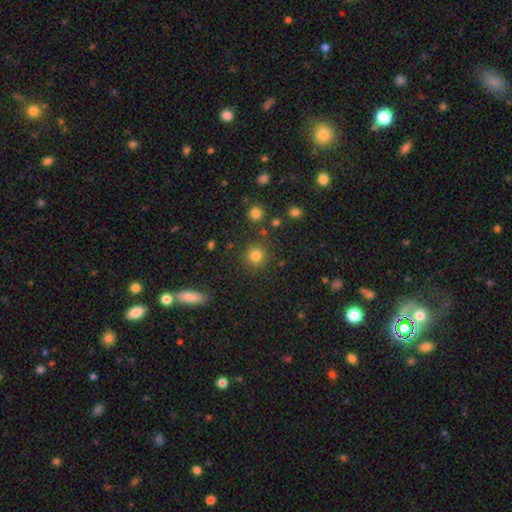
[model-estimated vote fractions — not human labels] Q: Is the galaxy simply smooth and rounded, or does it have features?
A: smooth — 81%.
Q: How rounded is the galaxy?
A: round — 93%.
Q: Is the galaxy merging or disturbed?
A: none — 86%.